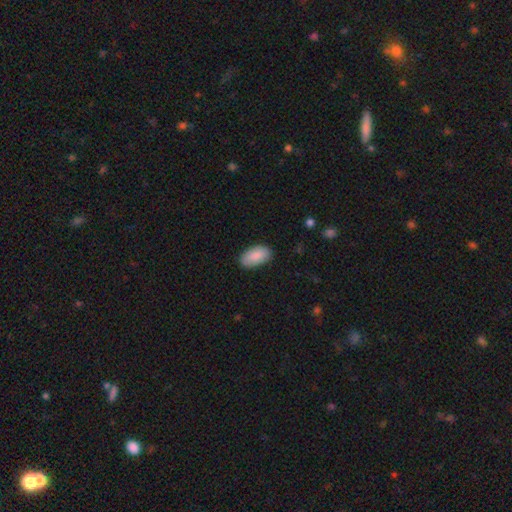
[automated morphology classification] smooth-or-featured: smooth: 89% | star or artifact: 6% | featured or disk: 5%
  how-rounded: in between: 95% | round: 3% | cigar-shaped: 2%
  merging: none: 85% | minor disturbance: 12% | major disturbance: 2% | merger: 1%